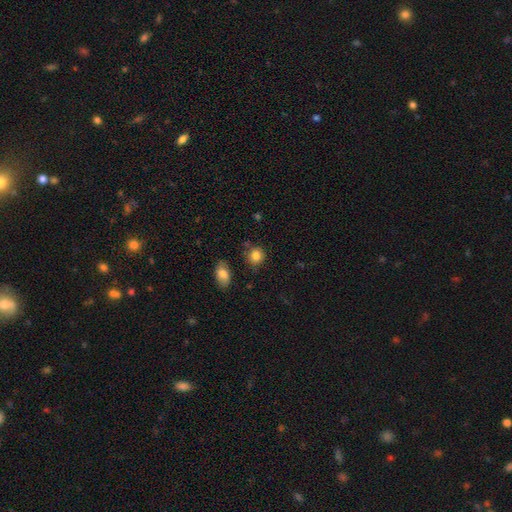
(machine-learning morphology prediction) This appears to be a smooth galaxy with no disk features (84%) that is round (77%). Merging: none (77%).